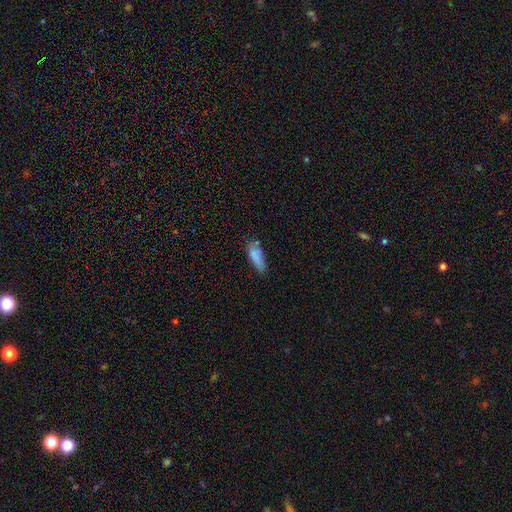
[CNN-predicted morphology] A smooth galaxy with no disk features (80%) that is in between round and cigar-shaped (65%).

Vote fractions:
- Smooth or featured? smooth: 80% / featured or disk: 11% / star or artifact: 9%
- How rounded? in between: 65% / cigar-shaped: 33% / round: 2%
- Merging? none: 53% / minor disturbance: 30% / major disturbance: 9% / merger: 7%